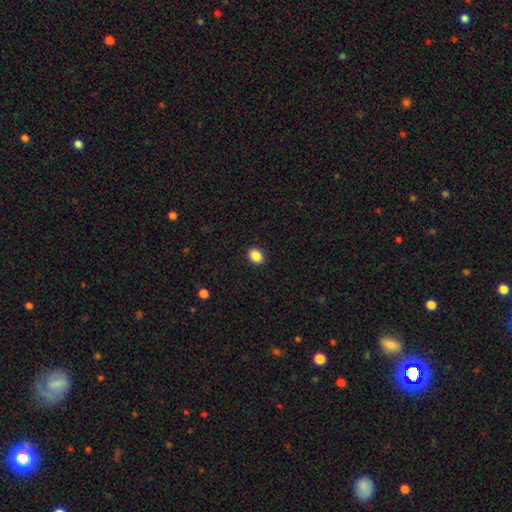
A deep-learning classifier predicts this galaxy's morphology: Overall: smooth (89%). How rounded: in between (64%; round 35%). Merging: none (91%).